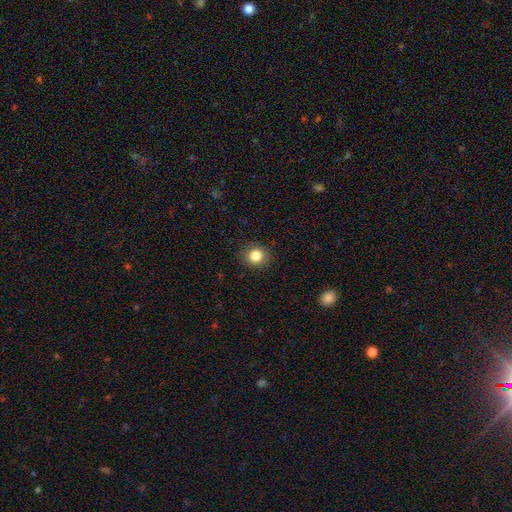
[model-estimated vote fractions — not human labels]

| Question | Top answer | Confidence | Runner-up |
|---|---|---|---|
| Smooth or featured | smooth | 83% | star or artifact (10%) |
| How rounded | round | 81% | in between (19%) |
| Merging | none | 88% | minor disturbance (8%) |